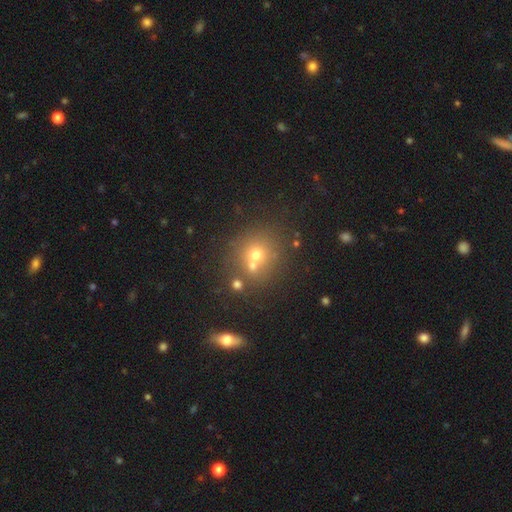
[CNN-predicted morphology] type=smooth (62%); roundness=round (81%); merging=none (52%).